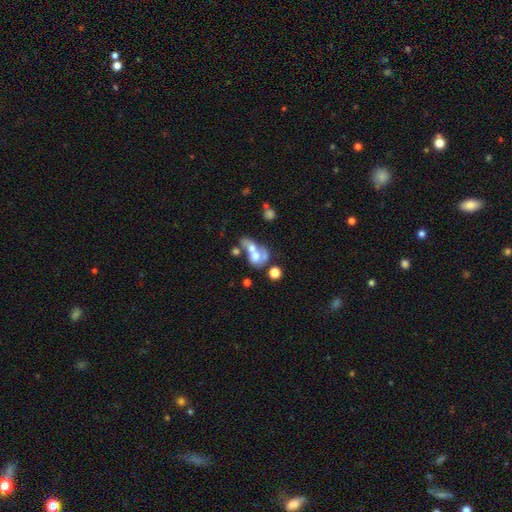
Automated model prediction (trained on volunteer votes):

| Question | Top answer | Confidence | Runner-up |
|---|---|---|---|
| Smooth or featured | smooth | 51% | featured or disk (38%) |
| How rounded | in between | 58% | round (40%) |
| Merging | merger | 67% | none (14%) |